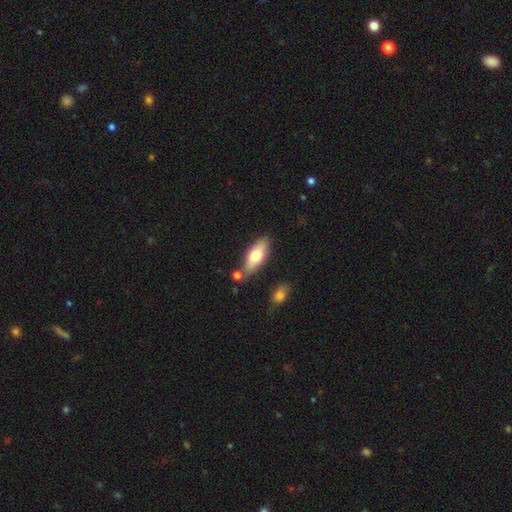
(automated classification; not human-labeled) smooth 68%, featured or disk 26%, star or artifact 6%. Down the decision tree: how rounded — in between (75%); merging — none (75%).